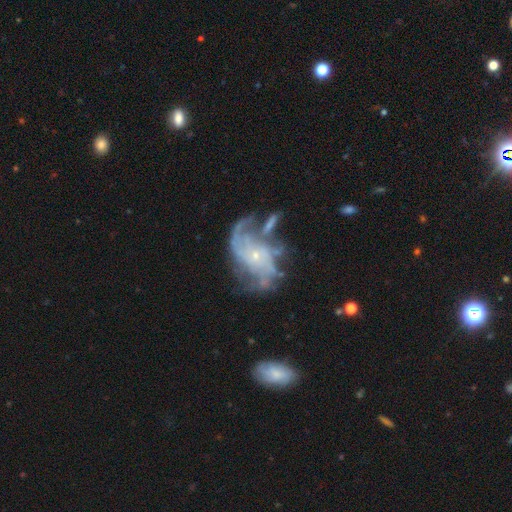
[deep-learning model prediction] The model was most divided on "spiral winding": loose: 40%, medium: 38%, tight: 22%. Remaining: edge-on disk — no (97%); spiral arms — yes (91%); smooth or featured — featured or disk (85%); bulge size — small (82%); bar — no (72%); spiral arm count — 2 (42%); merging — none (38%).